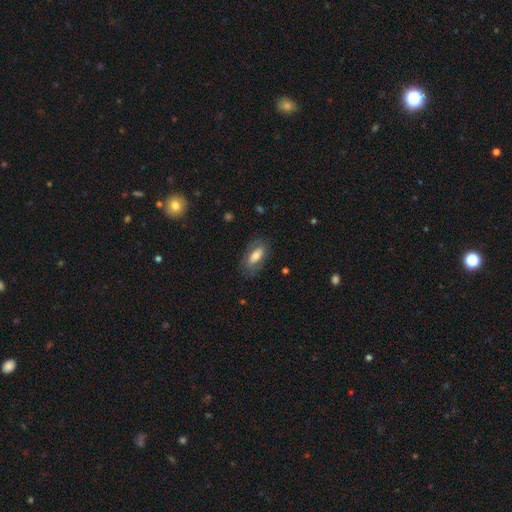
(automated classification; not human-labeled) Smooth or featured? Predicted: smooth (p=0.65). How rounded? Predicted: in between (p=0.83). Merging? Predicted: none (p=0.74).